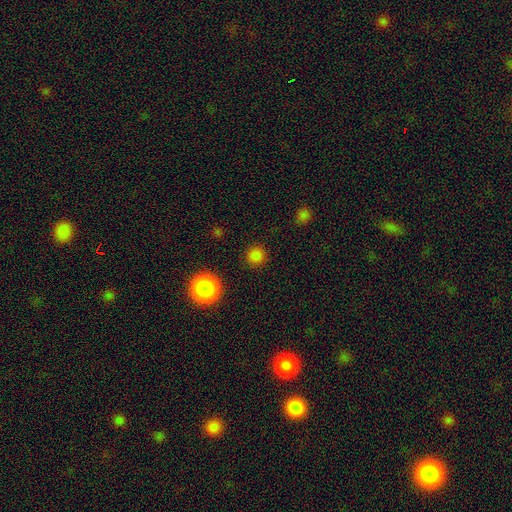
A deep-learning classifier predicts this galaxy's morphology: A smooth galaxy with no disk features (83%) that is round (94%). Merging: none (89%).